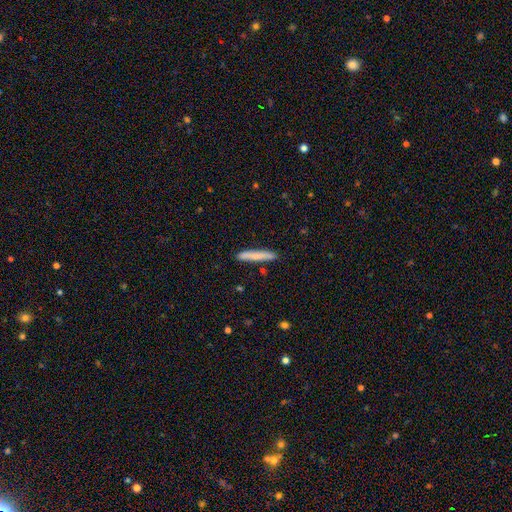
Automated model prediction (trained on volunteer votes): This appears to be a smooth galaxy with no disk features (77%) that is cigar-shaped (95%). Merging: none (87%).